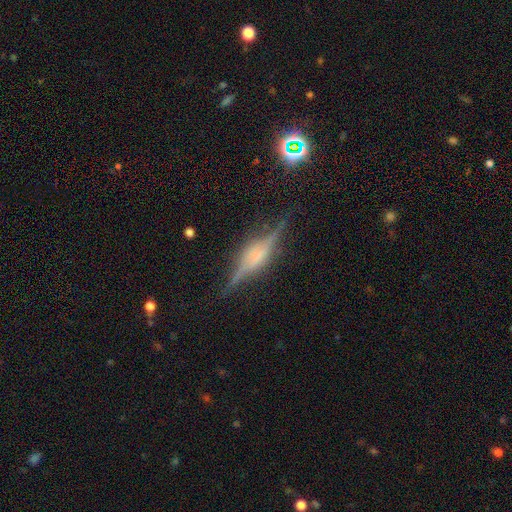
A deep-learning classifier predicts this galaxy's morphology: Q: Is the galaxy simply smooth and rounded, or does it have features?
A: featured or disk — 83%.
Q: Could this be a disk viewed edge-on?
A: yes — 97%.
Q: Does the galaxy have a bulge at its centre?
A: rounded — 58%.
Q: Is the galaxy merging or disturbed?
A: none — 82%.